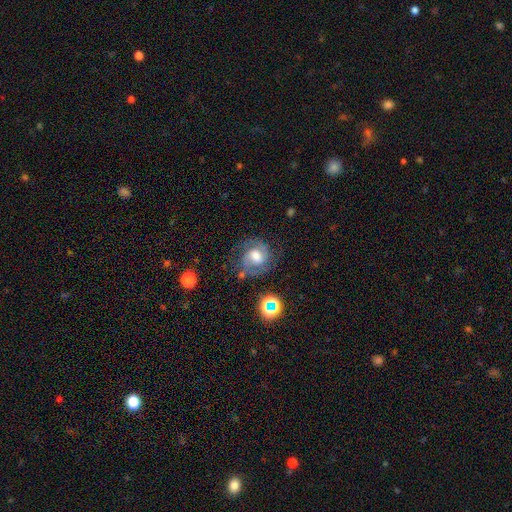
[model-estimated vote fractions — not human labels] A featured or disk galaxy (73%) with a weak bar (49%), 2 (79%) medium (49%) spiral arms (93%) and a moderate central bulge (51%).

Vote fractions:
- Smooth or featured? featured or disk: 73% / smooth: 18% / star or artifact: 10%
- Edge-on disk? no: 98% / yes: 2%
- Bar? weak: 49% / no: 40% / strong: 11%
- Spiral arms? yes: 93% / no: 7%
- Spiral winding? medium: 49% / tight: 37% / loose: 14%
- Spiral arm count? 2: 79% / can't tell: 10% / 3: 4% / 1: 4% / 4: 2% / more than 4: 2%
- Bulge size? moderate: 51% / large: 30% / small: 12% / none: 4% / dominant: 3%
- Merging? none: 68% / minor disturbance: 18% / major disturbance: 11% / merger: 3%